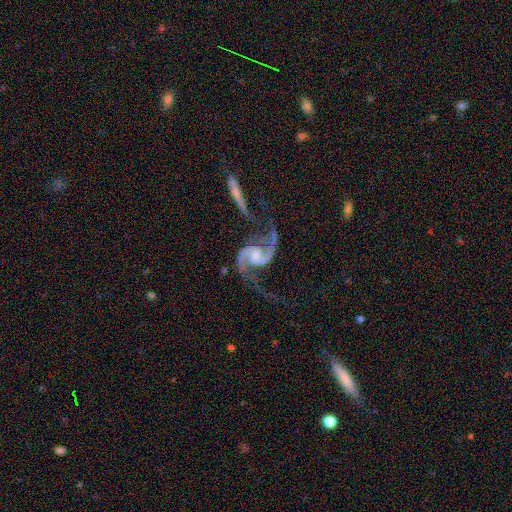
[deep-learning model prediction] Smooth or featured: featured or disk — 94% (star or artifact — 4%)
Edge-on disk: no — 98% (yes — 2%)
Bar: no — 56% (weak — 35%)
Spiral arms: yes — 98% (no — 2%)
Spiral winding: medium — 48% (loose — 42%)
Spiral arm count: 2 — 94% (can't tell — 1%)
Bulge size: small — 43% (moderate — 35%)
Merging: none — 56% (minor disturbance — 18%)